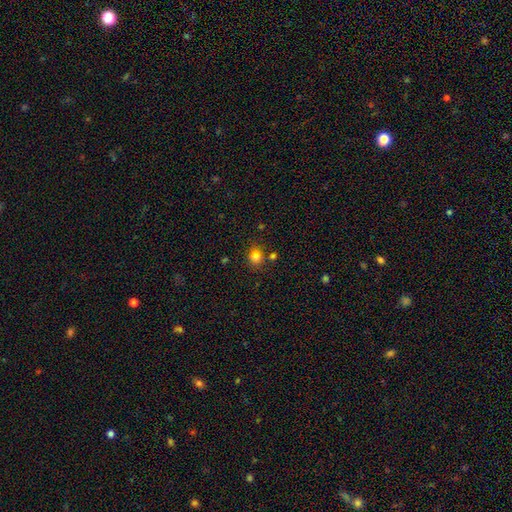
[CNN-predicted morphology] Smooth or featured: smooth — 80% (star or artifact — 14%)
How rounded: round — 75% (in between — 24%)
Merging: none — 76% (minor disturbance — 11%)